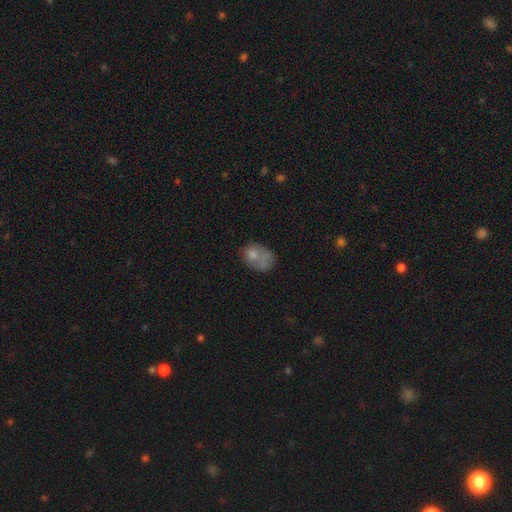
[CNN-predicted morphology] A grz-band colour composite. It shows a smooth galaxy with no disk features (61%) that is in between round and cigar-shaped (65%). Merging: none (34%).